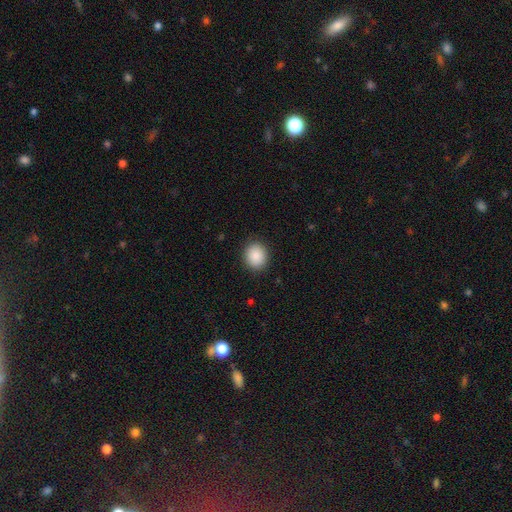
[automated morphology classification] Smooth or featured? smooth (89%)
How rounded? round (72%)
Merging? none (89%)